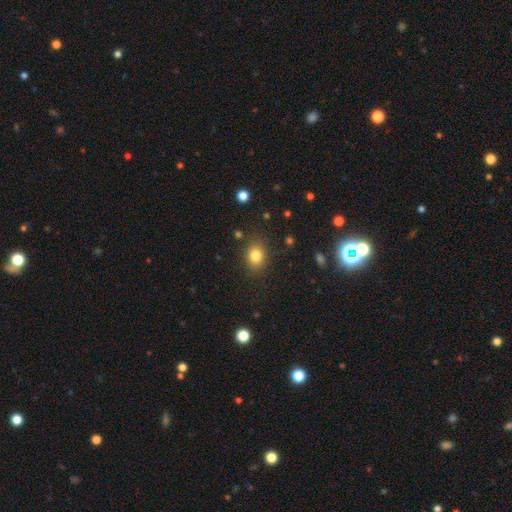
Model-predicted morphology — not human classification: Overall: smooth (81%). How rounded: in between (54%; round 45%). Merging: none (83%).